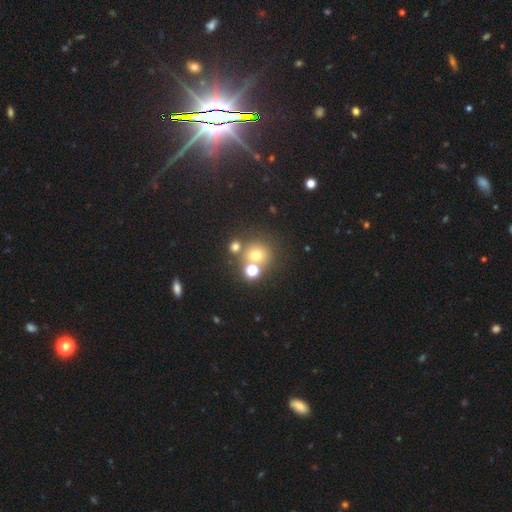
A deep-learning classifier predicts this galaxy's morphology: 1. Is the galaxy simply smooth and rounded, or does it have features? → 65% smooth, 23% star or artifact, 12% featured or disk.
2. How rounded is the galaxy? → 88% round, 11% in between, 1% cigar-shaped.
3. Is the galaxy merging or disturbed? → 61% none, 26% merger, 8% minor disturbance, 4% major disturbance.